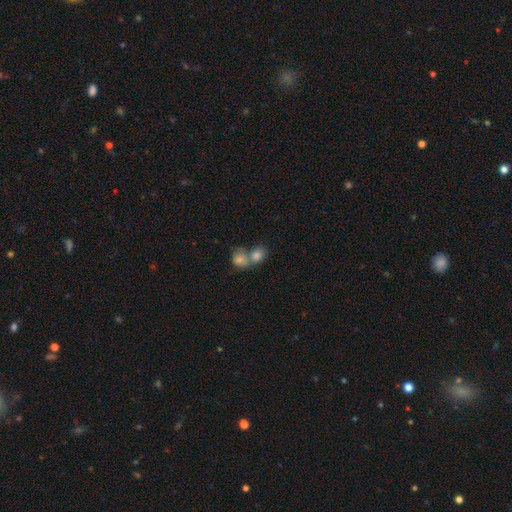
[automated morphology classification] A smooth galaxy with no disk features (72%) that is round (69%). Merging: merger (58%).